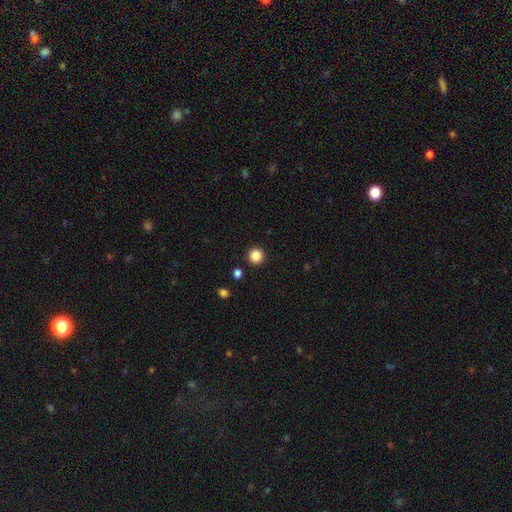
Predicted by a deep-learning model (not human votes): The model was most divided on "smooth or featured": smooth: 86%, star or artifact: 11%, featured or disk: 3%. More confident: how rounded — round (95%); merging — none (92%).